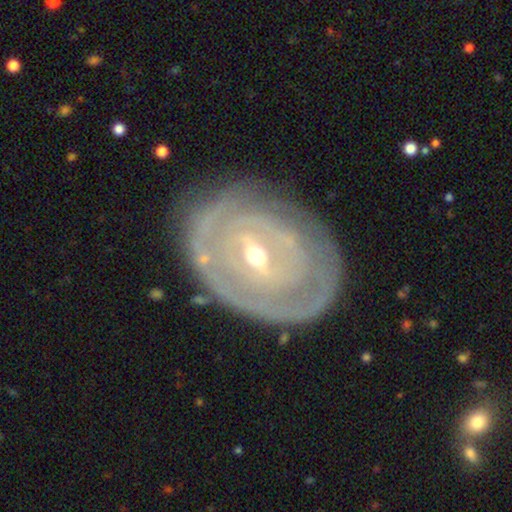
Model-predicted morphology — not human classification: The model was most divided on "bar": weak: 44%, no: 35%, strong: 22%. Remaining: edge-on disk — no (94%); smooth or featured — featured or disk (81%); spiral winding — tight (79%); spiral arms — yes (75%); merging — none (74%); bulge size — small (60%); spiral arm count — can't tell (48%).